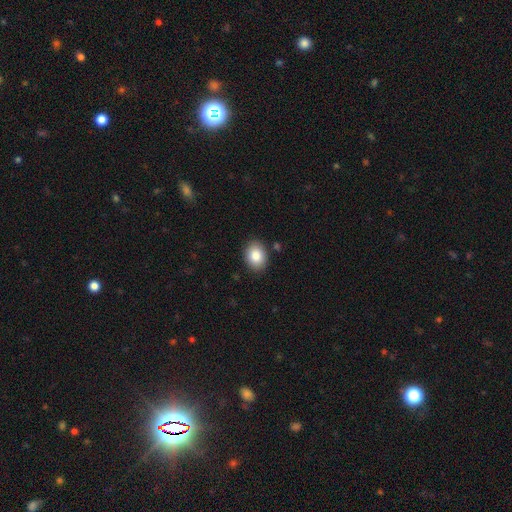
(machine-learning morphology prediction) A smooth galaxy with no disk features (86%) that is in between round and cigar-shaped (63%). Merging: none (87%).